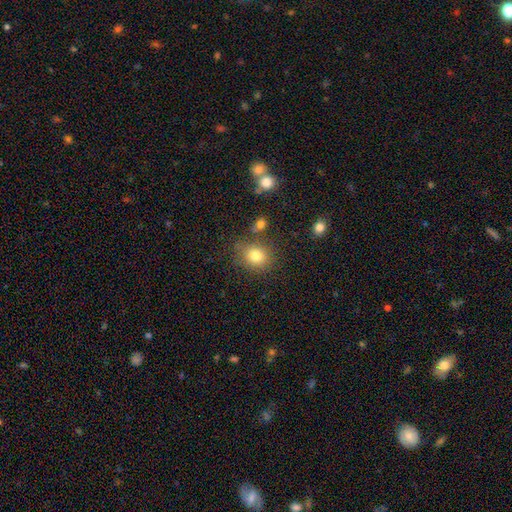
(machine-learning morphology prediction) Smooth or featured: smooth — 81% (star or artifact — 12%)
How rounded: round — 65% (in between — 34%)
Merging: none — 76% (minor disturbance — 13%)